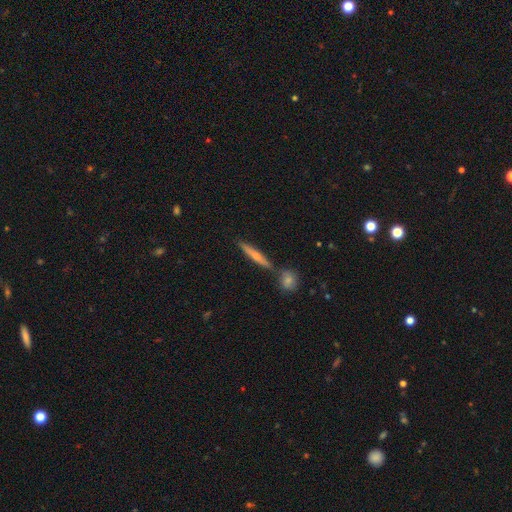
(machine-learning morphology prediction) Smooth or featured?
  - smooth: 56% *
  - featured or disk: 38%
  - star or artifact: 6%
How rounded?
  - cigar-shaped: 92% *
  - in between: 6%
  - round: 2%
Merging?
  - none: 78% *
  - merger: 11%
  - minor disturbance: 9%
  - major disturbance: 2%